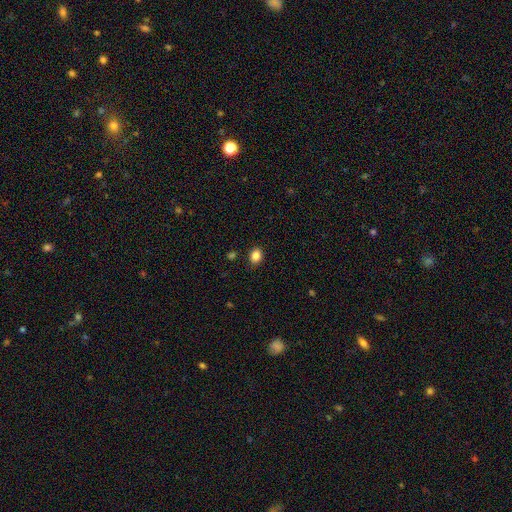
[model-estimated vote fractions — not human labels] Smooth or featured? Predicted: smooth (p=0.85). How rounded? Predicted: in between (p=0.61). Merging? Predicted: none (p=0.88).